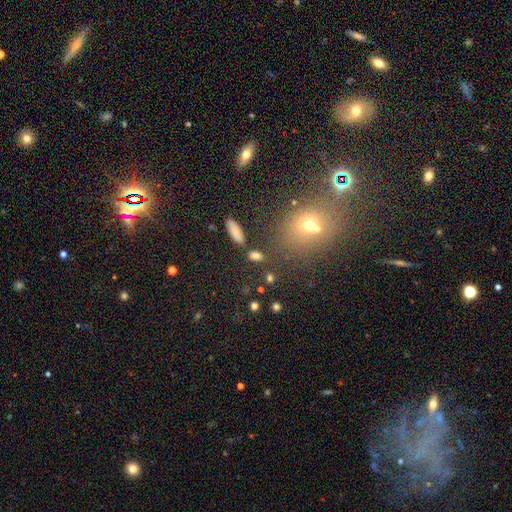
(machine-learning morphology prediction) A smooth galaxy with no disk features (67%) that is in between round and cigar-shaped (53%). Merging: none (75%).